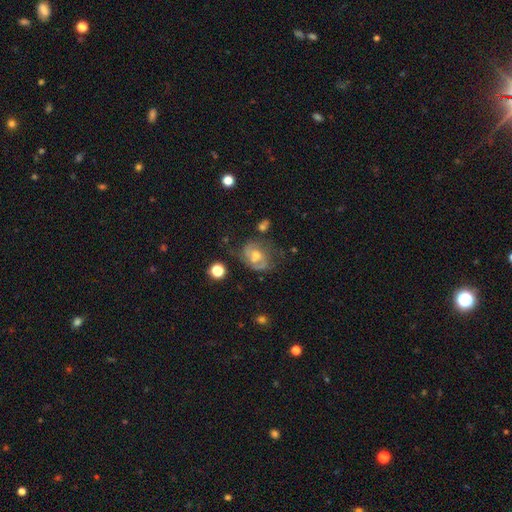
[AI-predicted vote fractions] smooth_or_featured: featured or disk (p=0.70) [alt: smooth p=0.20]
disk_edge_on: no (p=0.97) [alt: yes p=0.03]
bar: no (p=0.58) [alt: weak p=0.34]
has_spiral_arms: yes (p=0.82) [alt: no p=0.18]
spiral_winding: medium (p=0.43) [alt: tight p=0.38]
spiral_arm_count: 2 (p=0.59) [alt: can't tell p=0.22]
bulge_size: moderate (p=0.64) [alt: small p=0.27]
merging: none (p=0.54) [alt: minor disturbance p=0.24]